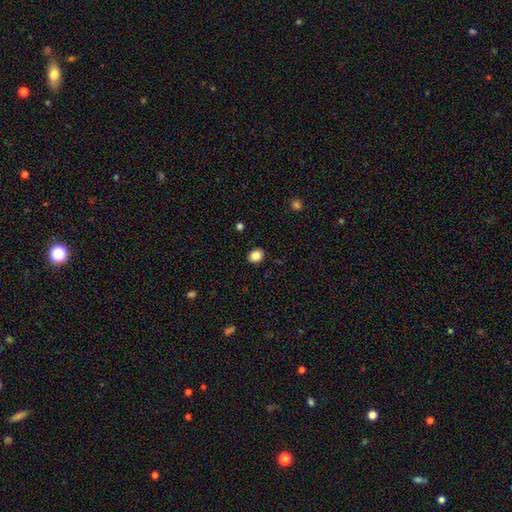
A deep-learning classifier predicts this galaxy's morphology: This is clearly a smooth galaxy (85%). How rounded: likely round (65%). Merging: clearly none (91%).